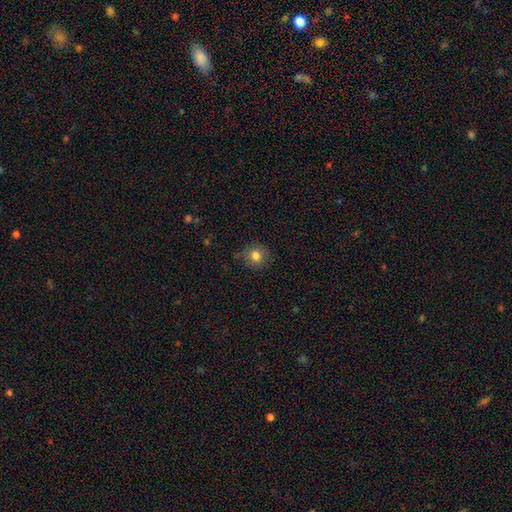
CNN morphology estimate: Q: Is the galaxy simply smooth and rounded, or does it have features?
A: smooth — 80%.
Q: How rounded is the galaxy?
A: round — 88%.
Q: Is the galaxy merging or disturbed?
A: none — 81%.